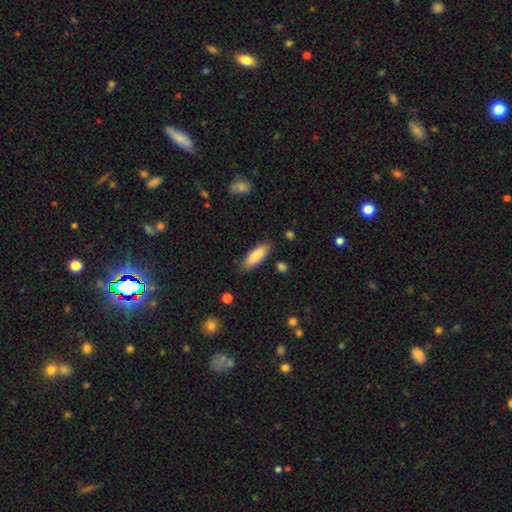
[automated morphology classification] The model was most divided on "how rounded": in between: 62%, cigar-shaped: 36%, round: 2%. More confident: merging — none (85%); smooth or featured — smooth (82%).